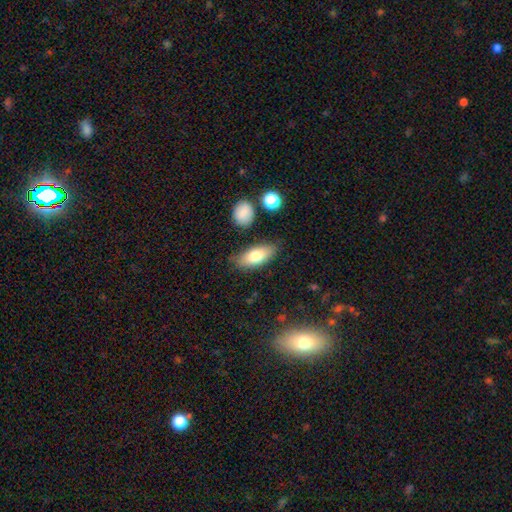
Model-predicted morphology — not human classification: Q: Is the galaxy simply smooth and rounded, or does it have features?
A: smooth — 76%.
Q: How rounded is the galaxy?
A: in between — 83%.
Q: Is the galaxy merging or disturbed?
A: none — 79%.